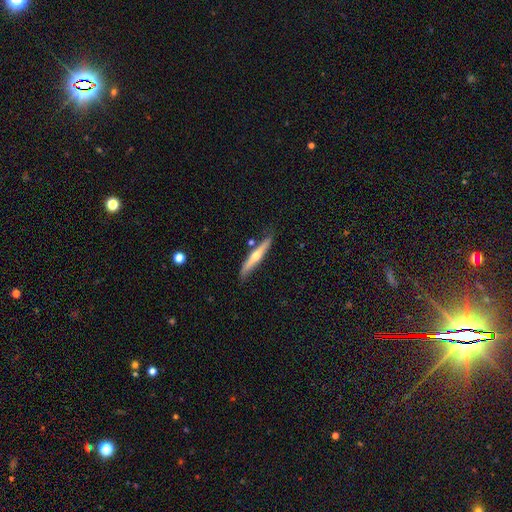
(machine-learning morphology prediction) This appears to be a featured or disk galaxy (61%) viewed edge-on (95%) with a rounded central bulge (88%). Merging: none (81%).